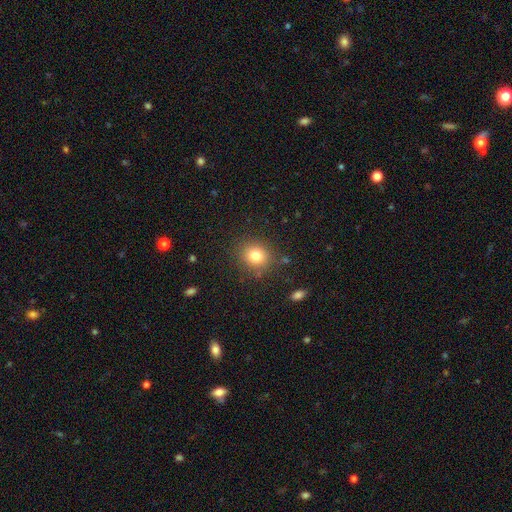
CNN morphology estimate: Q: Smooth or featured?
A: smooth (80%); runner-up: star or artifact (12%)
Q: How rounded?
A: round (78%); runner-up: in between (21%)
Q: Merging?
A: none (85%); runner-up: minor disturbance (10%)